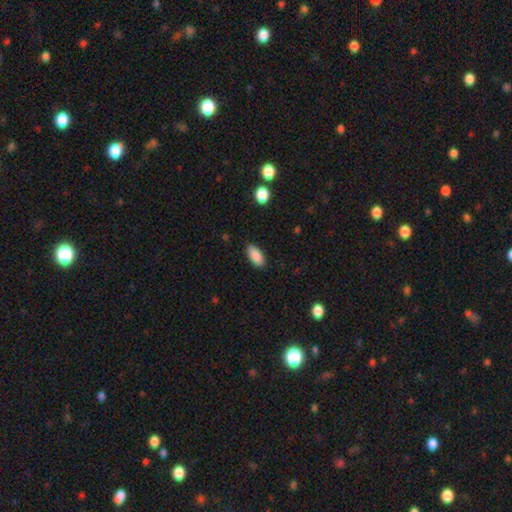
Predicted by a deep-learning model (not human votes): Smooth or featured? smooth (88%)
How rounded? in between (89%)
Merging? none (85%)